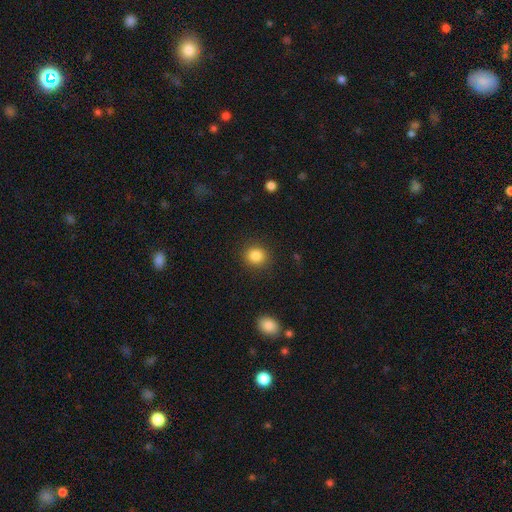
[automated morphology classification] Smooth or featured? smooth (85%)
How rounded? round (84%)
Merging? none (89%)